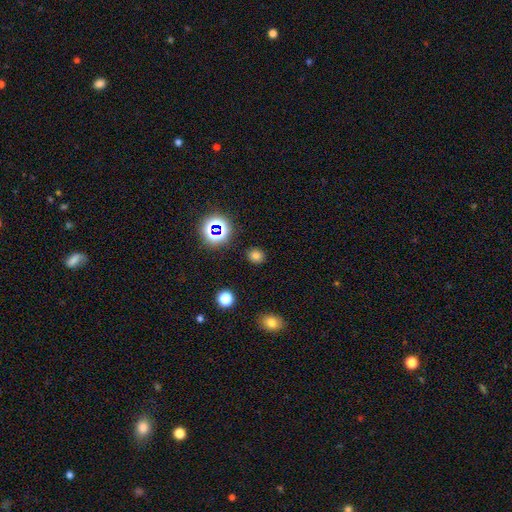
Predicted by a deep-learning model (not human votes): smooth-or-featured: smooth: 74% | star or artifact: 21% | featured or disk: 6%
  how-rounded: round: 72% | in between: 27% | cigar-shaped: 1%
  merging: none: 88% | minor disturbance: 7% | major disturbance: 3% | merger: 2%